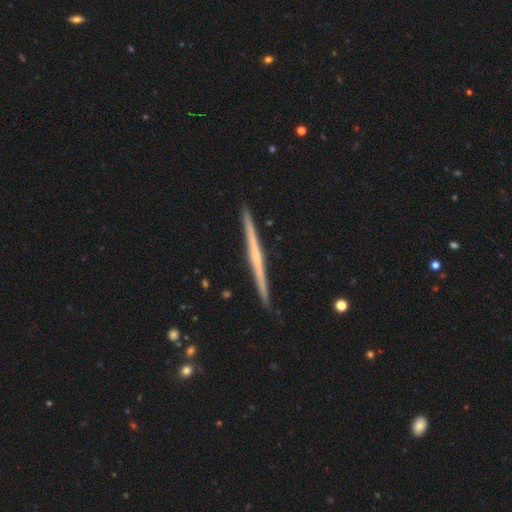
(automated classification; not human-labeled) The model was most divided on "edge-on bulge": none: 67%, rounded: 25%, boxy: 8%. More confident: edge-on disk — yes (98%); merging — none (92%); smooth or featured — featured or disk (70%).